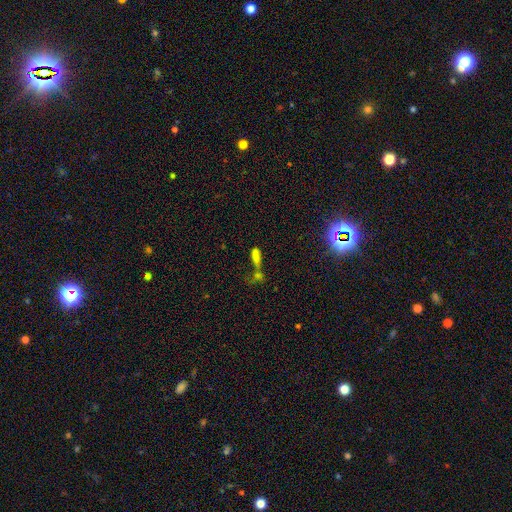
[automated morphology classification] smooth_or_featured: smooth (p=0.64) [alt: star or artifact p=0.21]
how_rounded: in between (p=0.50) [alt: cigar-shaped p=0.45]
merging: merger (p=0.54) [alt: none p=0.26]